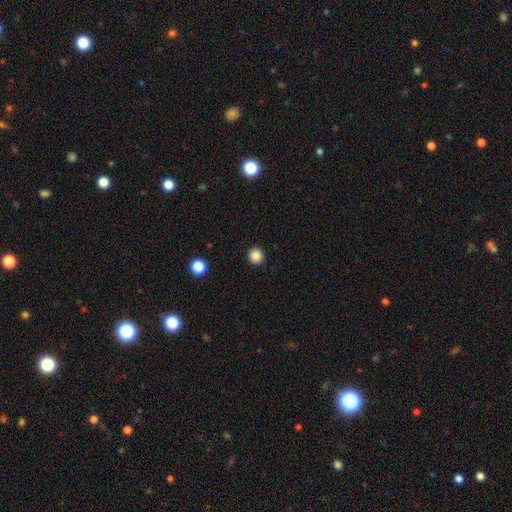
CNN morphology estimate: smooth_or_featured: smooth (p=0.86) [alt: star or artifact p=0.11]
how_rounded: round (p=0.94) [alt: in between p=0.06]
merging: none (p=0.93) [alt: minor disturbance p=0.05]